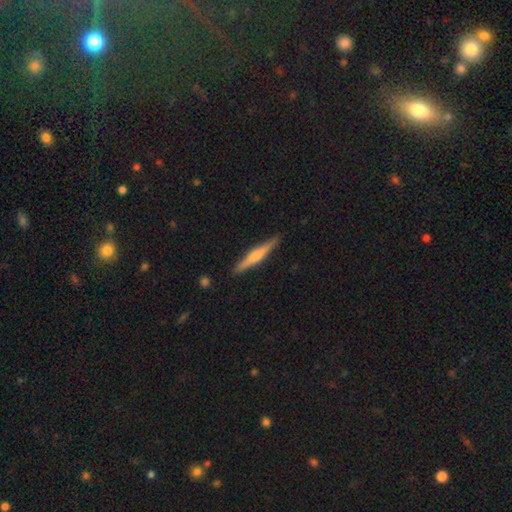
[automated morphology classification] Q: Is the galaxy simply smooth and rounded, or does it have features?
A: featured or disk — 54%.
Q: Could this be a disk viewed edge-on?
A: yes — 97%.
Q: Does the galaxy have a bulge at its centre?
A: rounded — 69%.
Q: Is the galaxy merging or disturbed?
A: none — 90%.